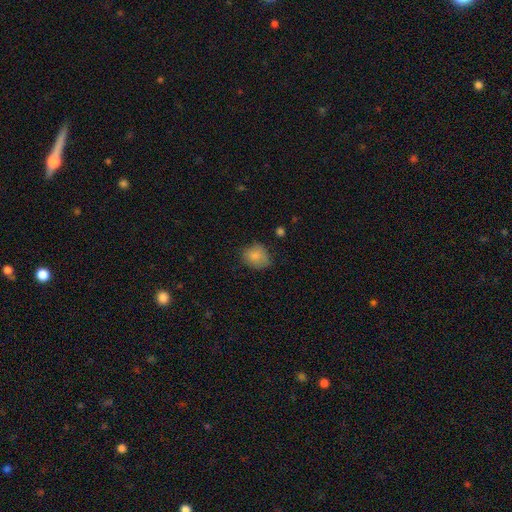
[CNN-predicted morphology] Overall: smooth (82%). How rounded: round (57%; in between 42%). Merging: none (63%; minor disturbance 27%).